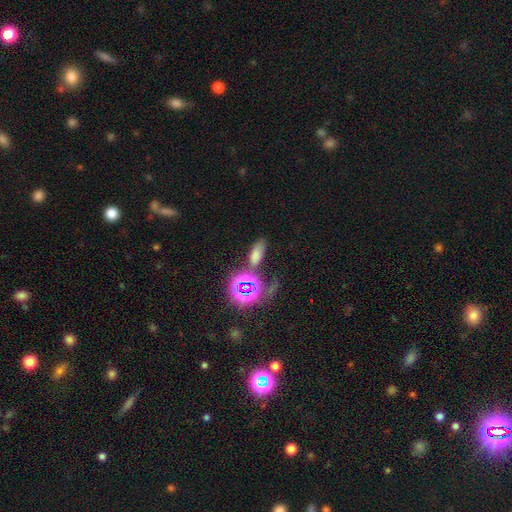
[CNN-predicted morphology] This is possibly a smooth galaxy (59%). How rounded: clearly in between (81%). Merging: possibly none (59%).